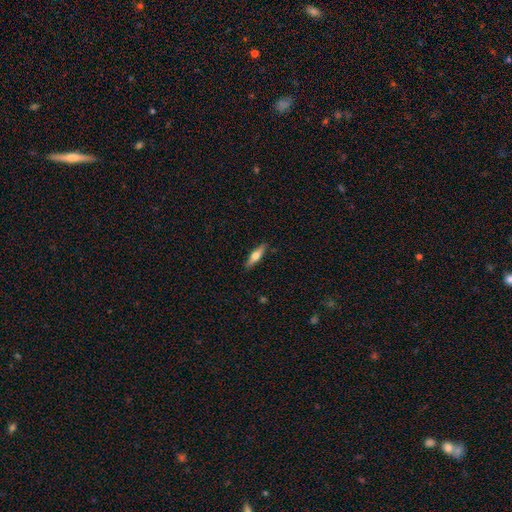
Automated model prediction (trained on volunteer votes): Smooth or featured? smooth (50%)
How rounded? cigar-shaped (70%)
Merging? none (88%)